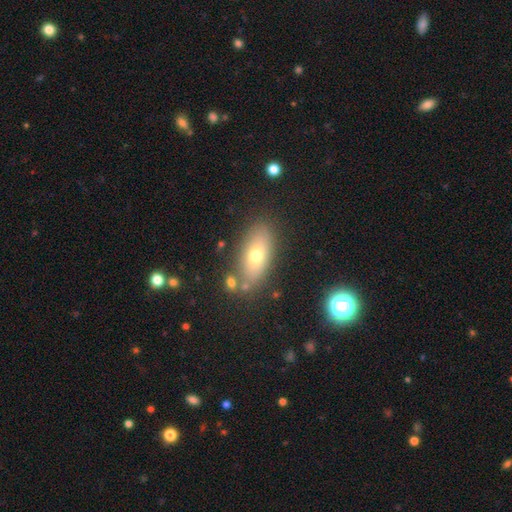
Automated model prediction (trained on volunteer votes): Overall: smooth (66%). How rounded: in between (81%). Merging: none (78%).